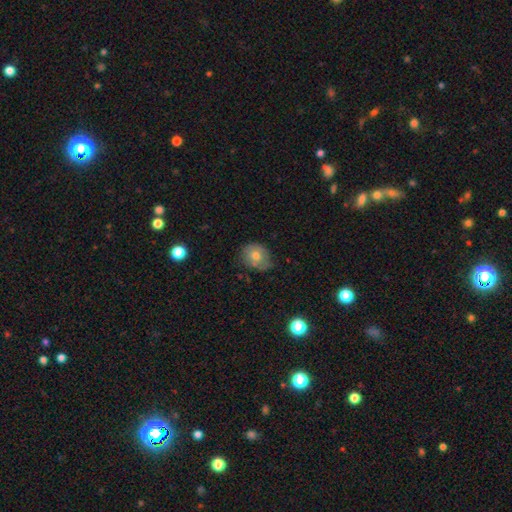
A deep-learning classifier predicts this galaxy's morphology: A smooth galaxy with no disk features (69%) that is round (57%).

Vote fractions:
- Smooth or featured? smooth: 69% / featured or disk: 21% / star or artifact: 10%
- How rounded? round: 57% / in between: 42% / cigar-shaped: 1%
- Merging? none: 62% / minor disturbance: 29% / major disturbance: 6% / merger: 3%